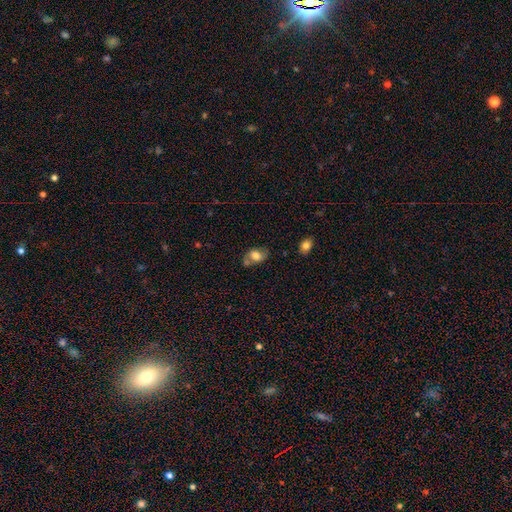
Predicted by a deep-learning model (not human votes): smooth-or-featured: smooth: 69% | featured or disk: 22% | star or artifact: 9%
  how-rounded: in between: 76% | round: 22% | cigar-shaped: 2%
  merging: none: 51% | minor disturbance: 24% | merger: 17% | major disturbance: 8%